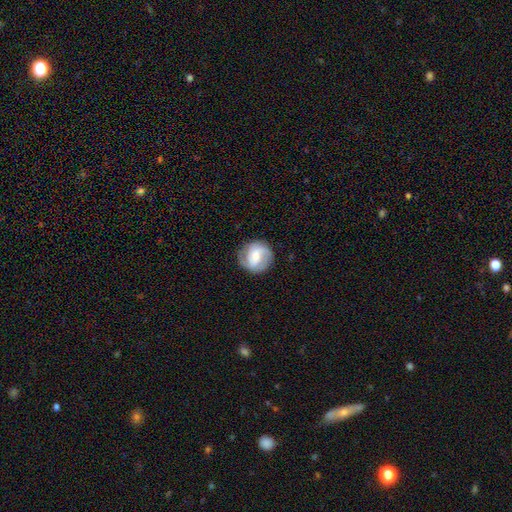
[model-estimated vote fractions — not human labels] Smooth or featured: featured or disk — 61% (smooth — 32%)
Edge-on disk: no — 97% (yes — 3%)
Bar: weak — 45% (no — 30%)
Spiral arms: yes — 86% (no — 14%)
Spiral winding: medium — 44% (tight — 35%)
Spiral arm count: 2 — 79% (can't tell — 11%)
Bulge size: moderate — 46% (small — 43%)
Merging: none — 81% (minor disturbance — 13%)